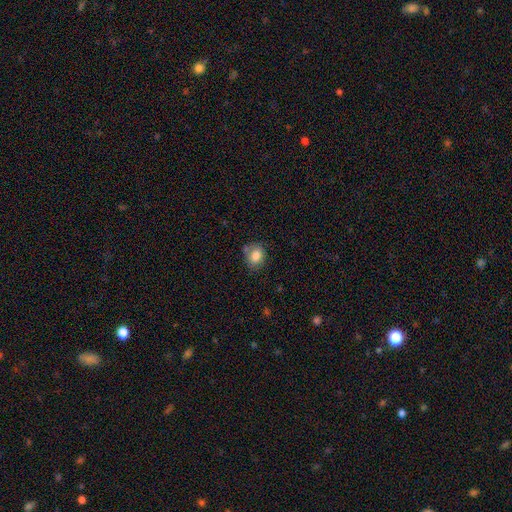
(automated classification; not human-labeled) Overall: smooth (82%). How rounded: round (50%; in between 49%). Merging: none (63%).